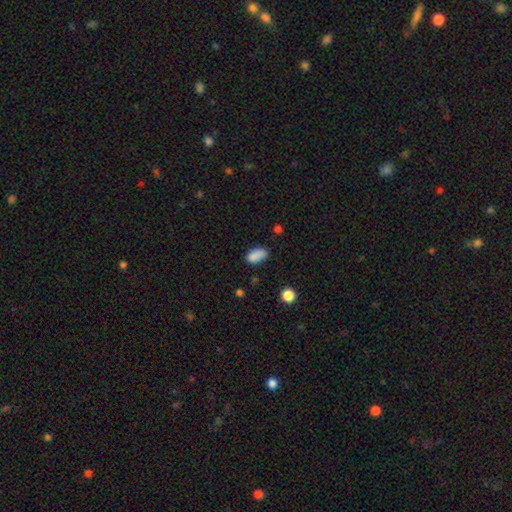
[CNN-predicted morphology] smooth 86%, star or artifact 9%, featured or disk 5%. Down the decision tree: how rounded — in between (91%); merging — none (67%).